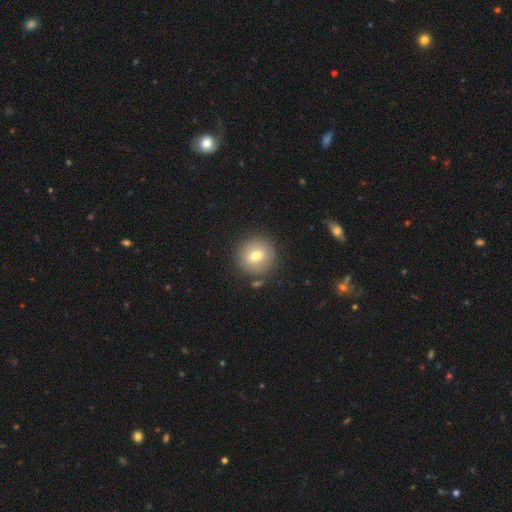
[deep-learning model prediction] The model was most divided on "smooth or featured": smooth: 72%, featured or disk: 18%, star or artifact: 10%. More confident: how rounded — round (92%); merging — none (86%).